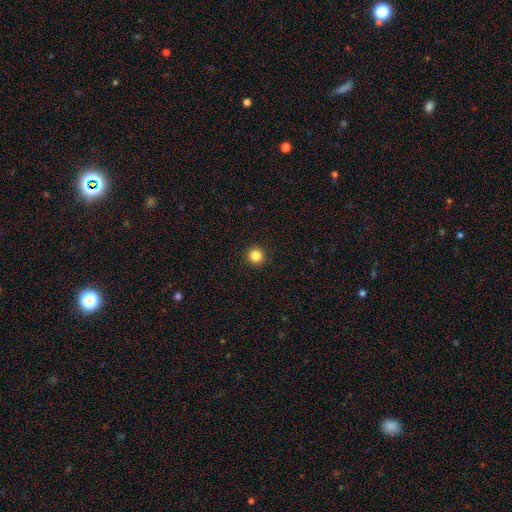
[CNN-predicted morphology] Smooth or featured?
  - smooth: 85% *
  - star or artifact: 12%
  - featured or disk: 4%
How rounded?
  - round: 96% *
  - in between: 3%
  - cigar-shaped: 1%
Merging?
  - none: 94% *
  - minor disturbance: 4%
  - major disturbance: 2%
  - merger: 1%